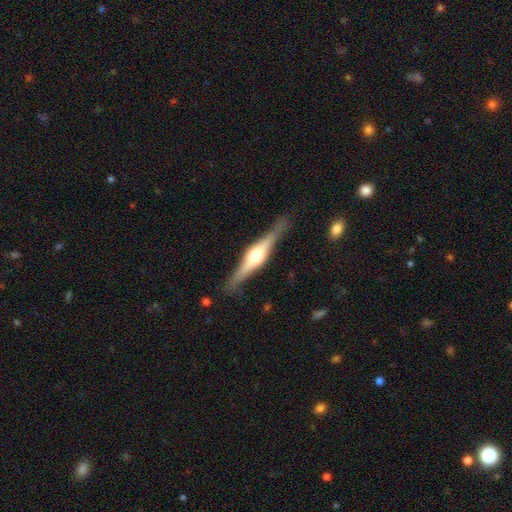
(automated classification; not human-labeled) smooth_or_featured: featured or disk (p=0.78) [alt: smooth p=0.17]
disk_edge_on: yes (p=0.98) [alt: no p=0.02]
edge_on_bulge: rounded (p=0.87) [alt: boxy p=0.11]
merging: none (p=0.86) [alt: minor disturbance p=0.10]